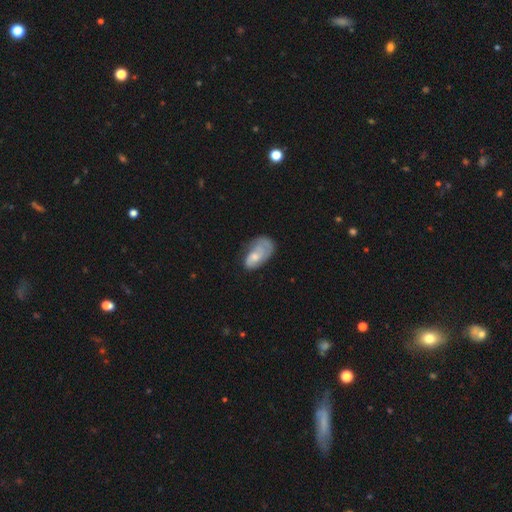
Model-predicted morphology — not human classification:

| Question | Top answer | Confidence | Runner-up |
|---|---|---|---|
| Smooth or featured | smooth | 51% | featured or disk (42%) |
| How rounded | in between | 92% | round (5%) |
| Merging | none | 38% | minor disturbance (33%) |